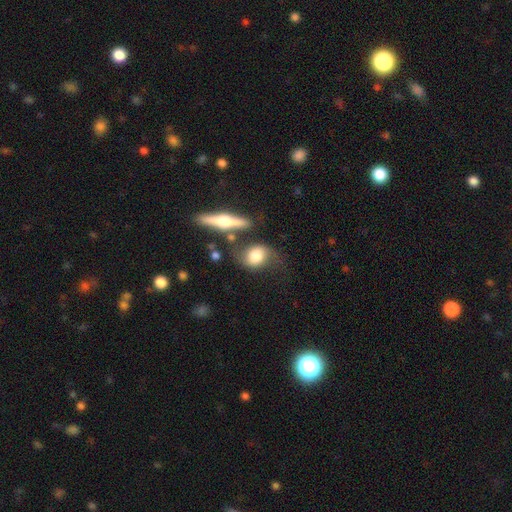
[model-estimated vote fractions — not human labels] Smooth or featured? Predicted: featured or disk (p=0.47). Merging? Predicted: none (p=0.53).